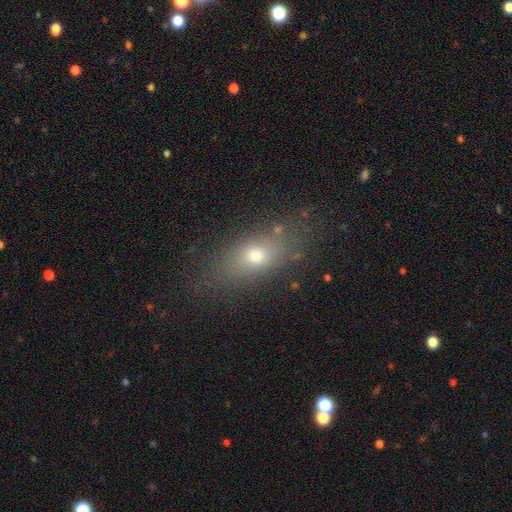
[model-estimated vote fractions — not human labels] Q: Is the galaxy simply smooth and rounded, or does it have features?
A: smooth — 65%.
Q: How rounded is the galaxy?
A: in between — 70%.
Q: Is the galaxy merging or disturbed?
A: none — 80%.